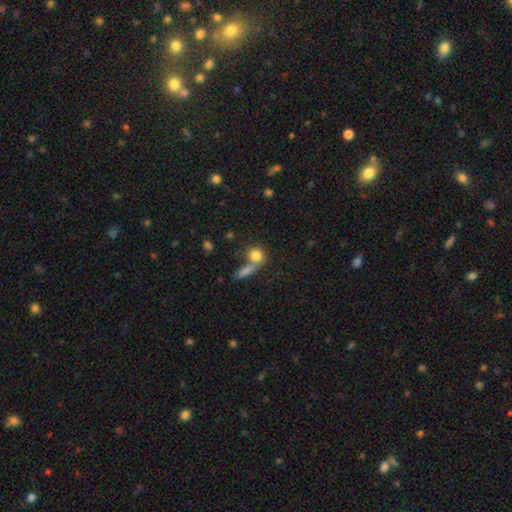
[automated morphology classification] This appears to be a smooth galaxy with no disk features (81%) that is round (67%). Merging: none (44%).